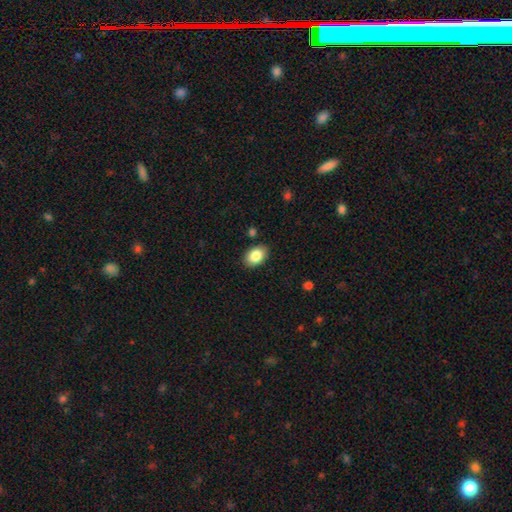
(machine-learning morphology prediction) A smooth galaxy with no disk features (86%) that is in between round and cigar-shaped (83%).

Vote fractions:
- Smooth or featured? smooth: 86% / star or artifact: 7% / featured or disk: 7%
- How rounded? in between: 83% / round: 16% / cigar-shaped: 1%
- Merging? none: 87% / minor disturbance: 9% / major disturbance: 2% / merger: 2%